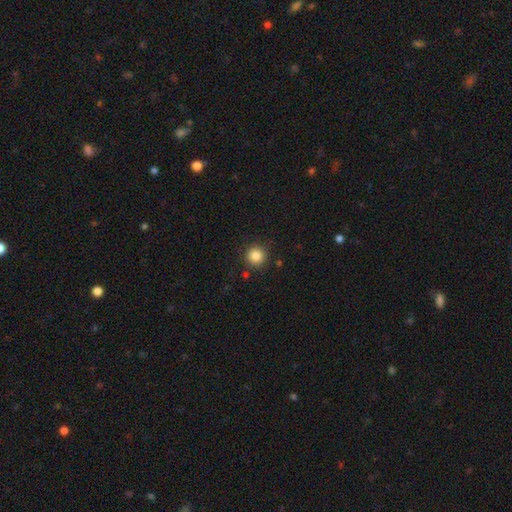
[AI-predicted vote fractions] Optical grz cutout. It shows a smooth galaxy with no disk features (85%) that is round (95%). Merging: none (88%).